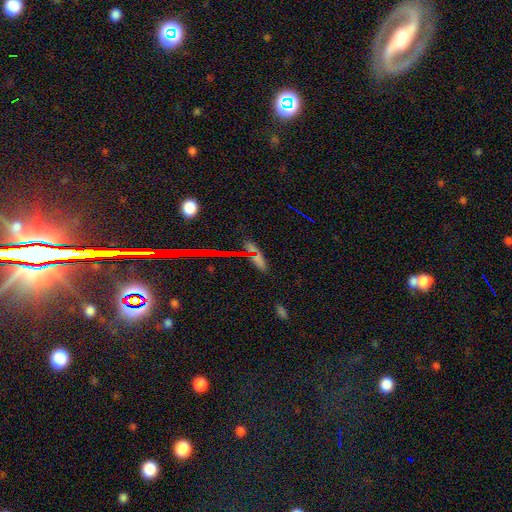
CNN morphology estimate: smooth_or_featured: smooth (p=0.50) [alt: star or artifact p=0.36]
how_rounded: cigar-shaped (p=0.46) [alt: in between p=0.45]
merging: none (p=0.77) [alt: minor disturbance p=0.13]